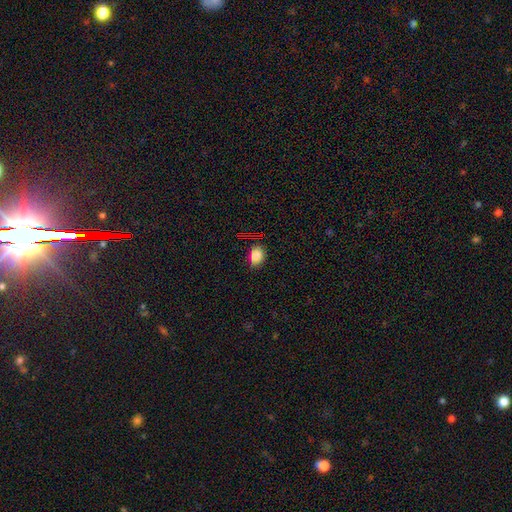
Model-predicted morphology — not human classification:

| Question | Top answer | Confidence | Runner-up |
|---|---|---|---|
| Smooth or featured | smooth | 79% | star or artifact (16%) |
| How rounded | in between | 67% | round (32%) |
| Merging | none | 79% | minor disturbance (16%) |